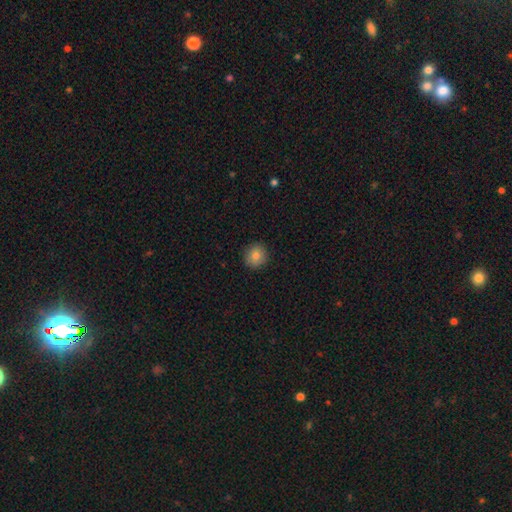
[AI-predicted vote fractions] Morphology: type=smooth (83%); roundness=round (92%); merging=none (91%).